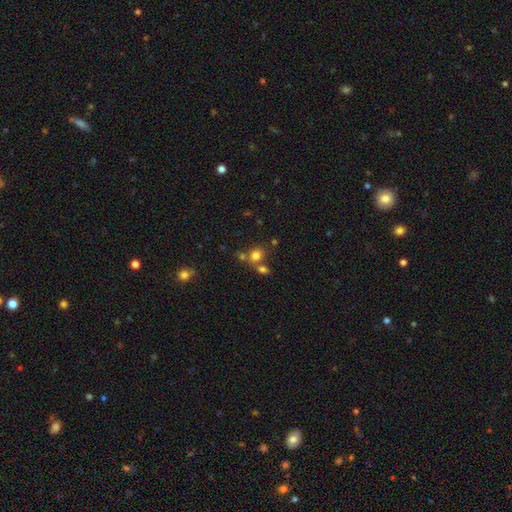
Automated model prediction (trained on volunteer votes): This is likely a smooth galaxy (77%). How rounded: possibly round (57%). Merging: possibly none (53%).